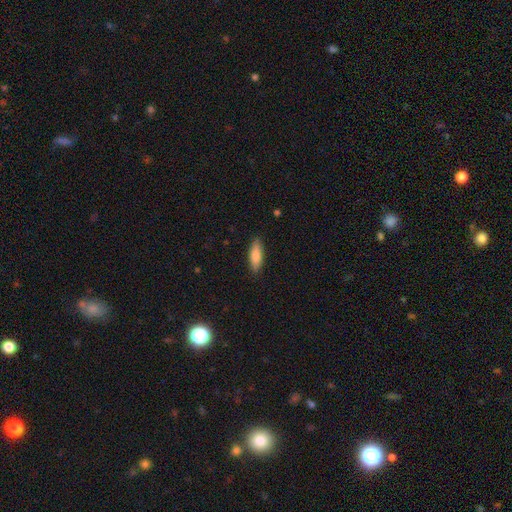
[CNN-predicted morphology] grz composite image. It shows a smooth galaxy with no disk features (83%) that is in between round and cigar-shaped (55%). Merging: none (88%).